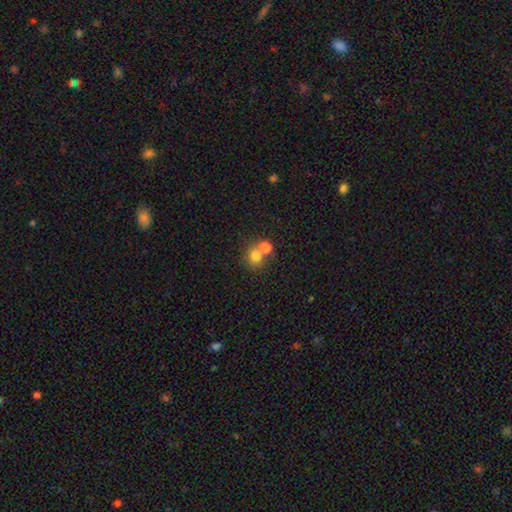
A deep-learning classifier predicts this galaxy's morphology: Smooth or featured? smooth (75%)
How rounded? round (83%)
Merging? none (45%, tied with merger)